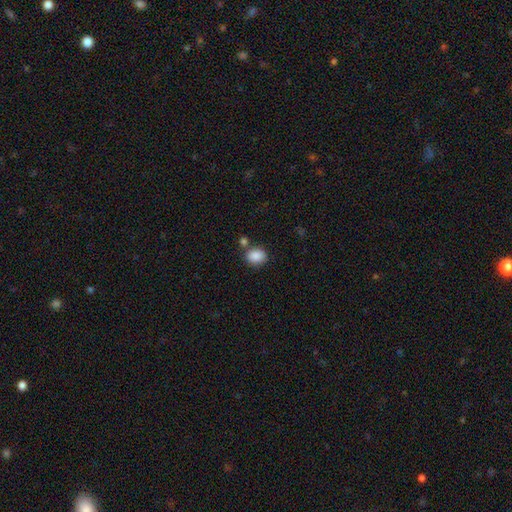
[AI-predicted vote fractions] Smooth or featured?
  - smooth: 88% *
  - star or artifact: 8%
  - featured or disk: 4%
How rounded?
  - round: 52% *
  - in between: 47%
  - cigar-shaped: 1%
Merging?
  - none: 72% *
  - merger: 13%
  - minor disturbance: 12%
  - major disturbance: 3%